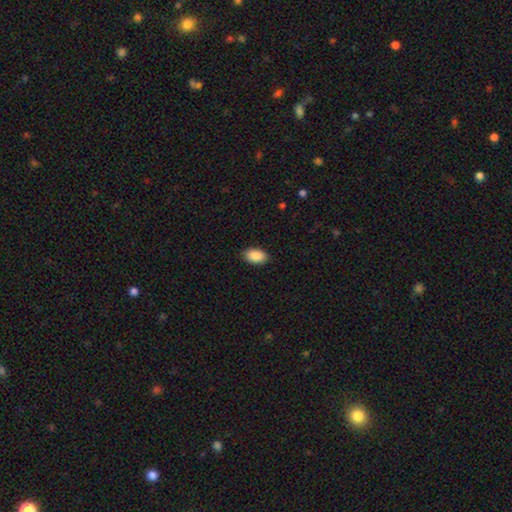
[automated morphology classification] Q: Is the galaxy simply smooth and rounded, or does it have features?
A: smooth — 89%.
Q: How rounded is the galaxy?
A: in between — 93%.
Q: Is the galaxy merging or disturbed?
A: none — 89%.